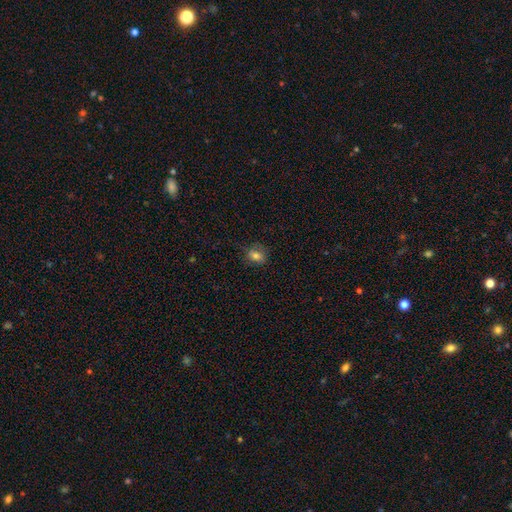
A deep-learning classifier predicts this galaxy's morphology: smooth 76%, star or artifact 12%, featured or disk 11%. Down the decision tree: how rounded — in between (56%); merging — none (72%).